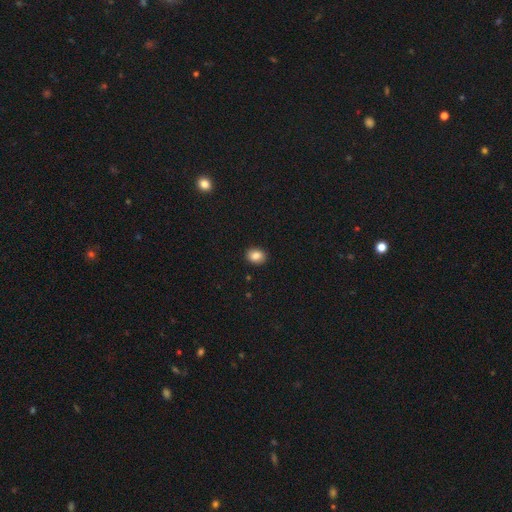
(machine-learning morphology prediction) Overall: smooth (85%). How rounded: in between (56%; round 43%). Merging: none (90%).